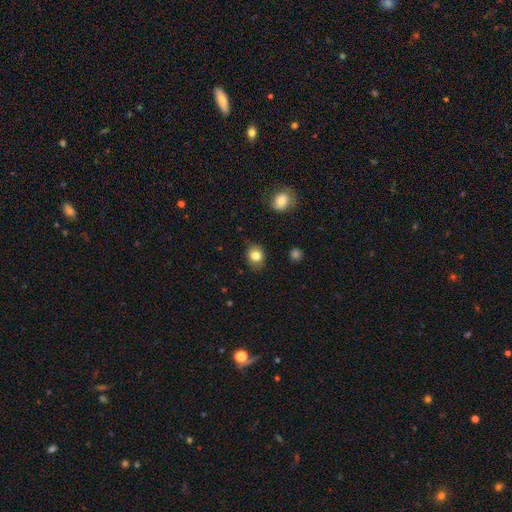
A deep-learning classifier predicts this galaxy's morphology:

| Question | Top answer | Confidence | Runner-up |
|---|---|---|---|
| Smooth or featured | smooth | 82% | star or artifact (9%) |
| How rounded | in between | 52% | round (47%) |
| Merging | none | 81% | minor disturbance (15%) |